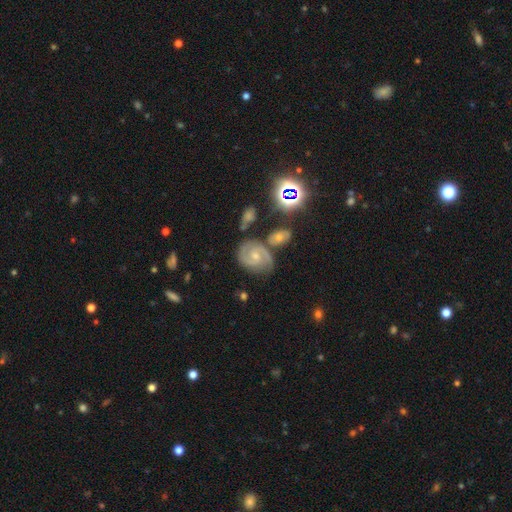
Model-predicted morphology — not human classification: Smooth or featured?
  - featured or disk: 81% *
  - smooth: 10%
  - star or artifact: 8%
Edge-on disk?
  - no: 97% *
  - yes: 3%
Bar?
  - no: 52% *
  - weak: 40%
  - strong: 9%
Spiral arms?
  - yes: 96% *
  - no: 4%
Spiral winding?
  - tight: 49% *
  - medium: 43%
  - loose: 8%
Spiral arm count?
  - 2: 82% *
  - can't tell: 7%
  - 3: 6%
  - 1: 2%
  - 4: 1%
  - more than 4: 1%
Bulge size?
  - small: 49% *
  - moderate: 44%
  - none: 4%
  - large: 2%
  - dominant: 1%
Merging?
  - none: 62% *
  - minor disturbance: 17%
  - merger: 14%
  - major disturbance: 6%